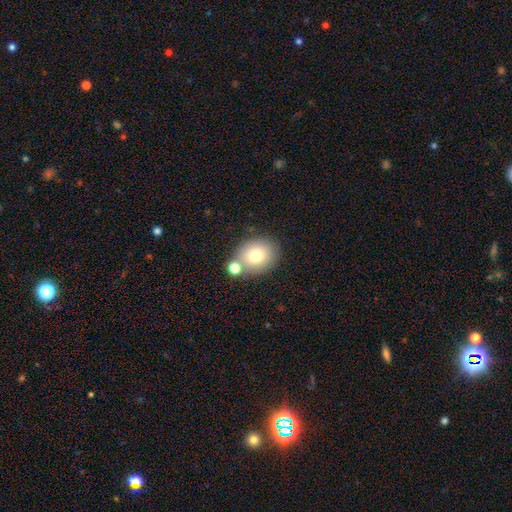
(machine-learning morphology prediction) smooth 78%, featured or disk 13%, star or artifact 9%. Down the decision tree: how rounded — round (55%); merging — none (68%).